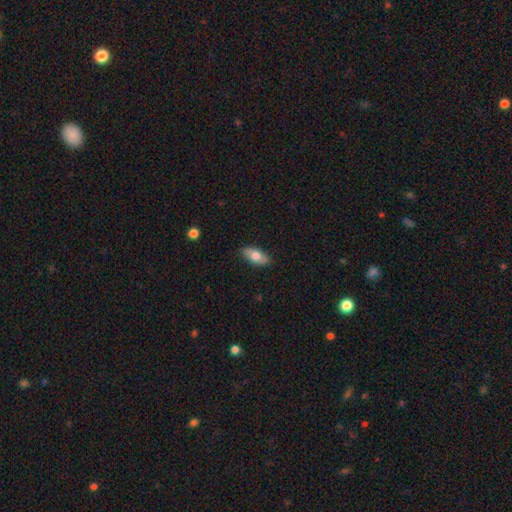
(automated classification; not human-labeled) A smooth galaxy with no disk features (74%) that is in between round and cigar-shaped (87%).

Vote fractions:
- Smooth or featured? smooth: 74% / featured or disk: 20% / star or artifact: 6%
- How rounded? in between: 87% / cigar-shaped: 10% / round: 3%
- Merging? none: 86% / minor disturbance: 11% / major disturbance: 2% / merger: 1%